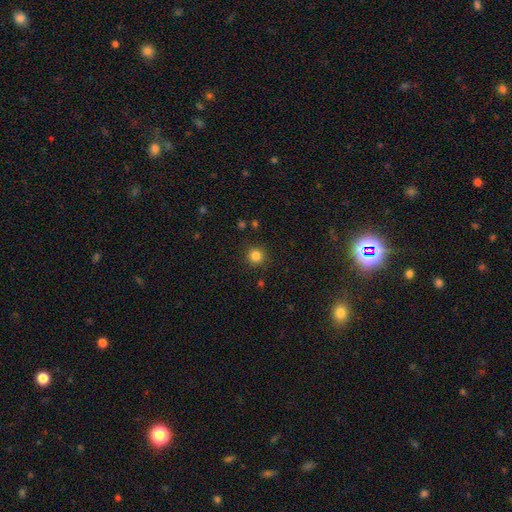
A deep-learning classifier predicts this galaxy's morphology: smooth_or_featured: smooth (p=0.83) [alt: star or artifact p=0.12]
how_rounded: round (p=0.94) [alt: in between p=0.05]
merging: none (p=0.90) [alt: minor disturbance p=0.06]